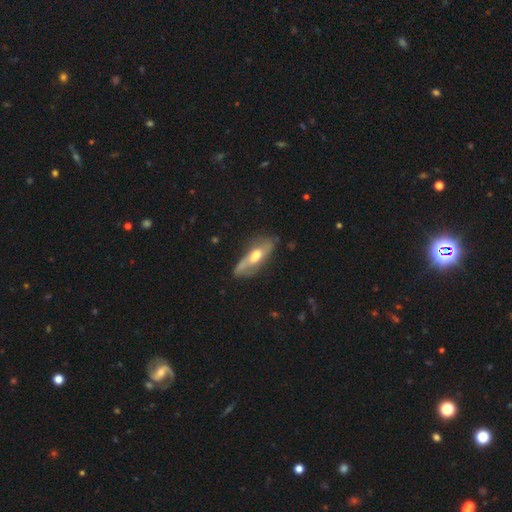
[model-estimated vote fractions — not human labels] Smooth or featured? featured or disk (51%)
Edge-on disk? no (55%)
Merging? none (64%)